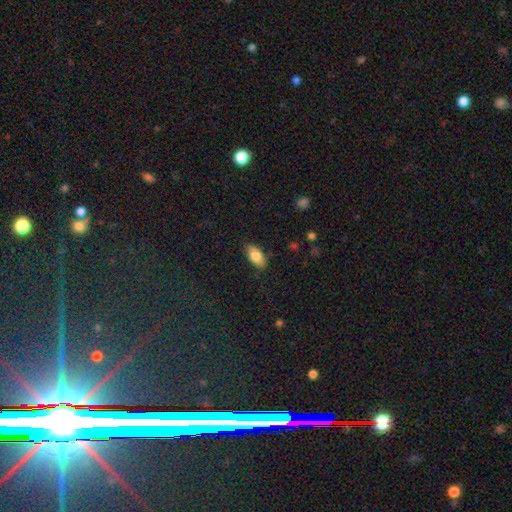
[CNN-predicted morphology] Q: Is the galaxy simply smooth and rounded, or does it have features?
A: smooth — 81%.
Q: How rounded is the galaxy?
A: in between — 92%.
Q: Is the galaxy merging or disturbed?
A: none — 84%.